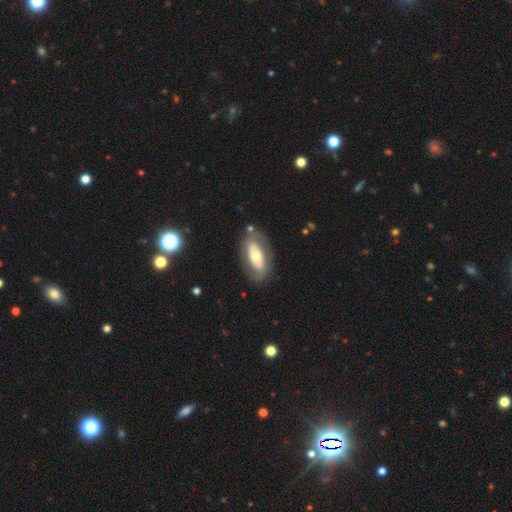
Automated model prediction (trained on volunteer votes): Smooth or featured: featured or disk — 62% (smooth — 33%)
Edge-on disk: no — 90% (yes — 10%)
Bar: no — 61% (weak — 20%)
Spiral arms: yes — 52% (no — 48%)
Bulge size: moderate — 62% (small — 20%)
Merging: none — 76% (minor disturbance — 15%)